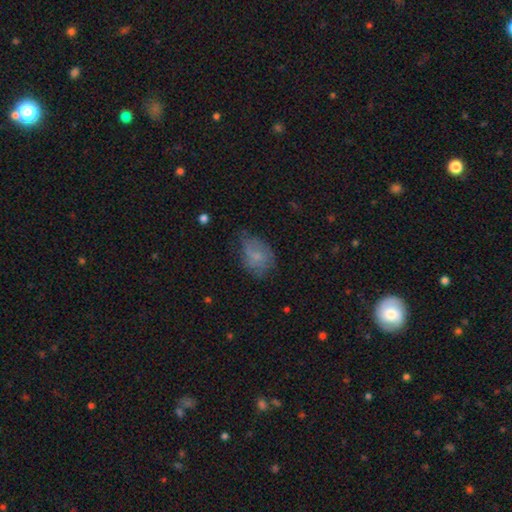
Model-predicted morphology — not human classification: This appears to be a smooth galaxy with no disk features (58%) that is in between round and cigar-shaped (73%). Merging: none (45%).